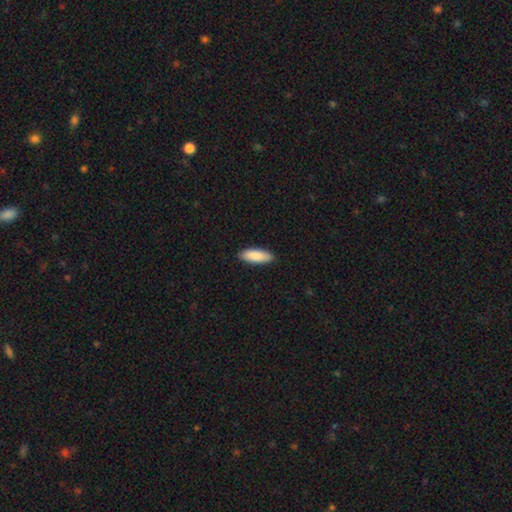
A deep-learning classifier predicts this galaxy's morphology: smooth-or-featured: smooth: 89% | featured or disk: 6% | star or artifact: 5%
  how-rounded: in between: 65% | cigar-shaped: 34% | round: 2%
  merging: none: 90% | minor disturbance: 8% | major disturbance: 1% | merger: 1%